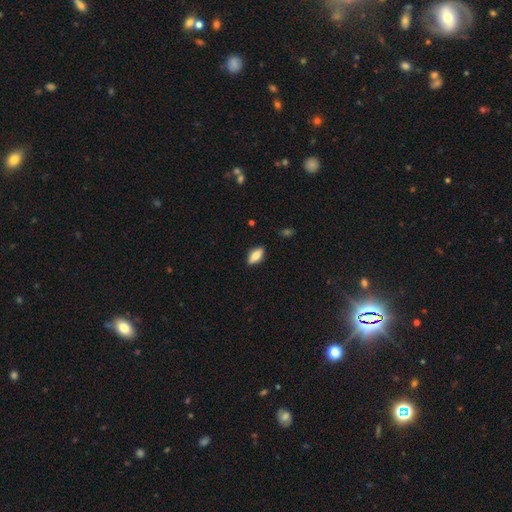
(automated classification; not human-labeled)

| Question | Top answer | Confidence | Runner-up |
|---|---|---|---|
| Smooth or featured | smooth | 73% | featured or disk (20%) |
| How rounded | in between | 83% | cigar-shaped (13%) |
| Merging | none | 87% | minor disturbance (10%) |